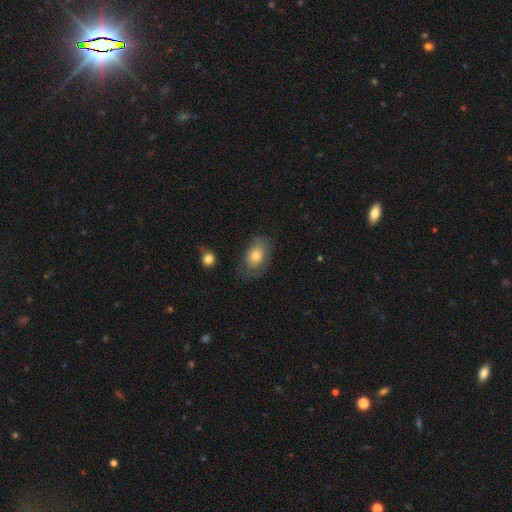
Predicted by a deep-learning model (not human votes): smooth_or_featured: smooth (p=0.67) [alt: featured or disk p=0.25]
how_rounded: in between (p=0.82) [alt: round p=0.16]
merging: none (p=0.54) [alt: minor disturbance p=0.27]